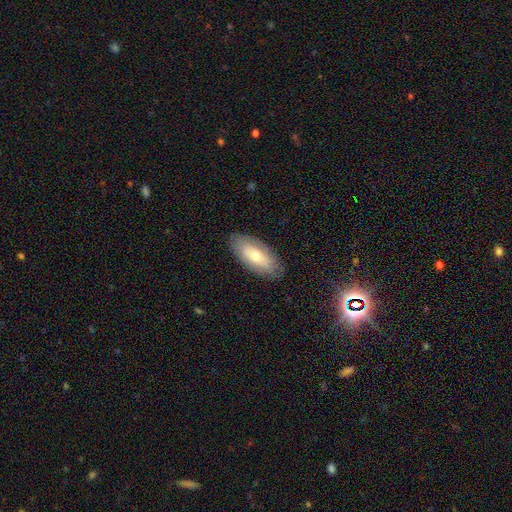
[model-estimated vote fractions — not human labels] Overall: smooth (57%; featured or disk 37%). How rounded: in between (88%). Merging: none (85%).